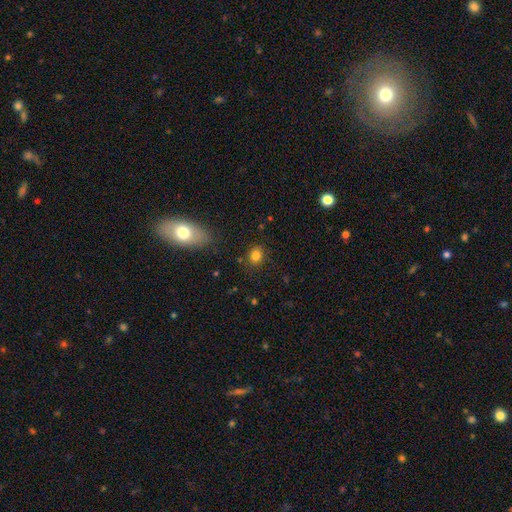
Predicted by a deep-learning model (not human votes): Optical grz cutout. It shows a smooth galaxy with no disk features (82%) that is round (64%). Merging: none (83%).